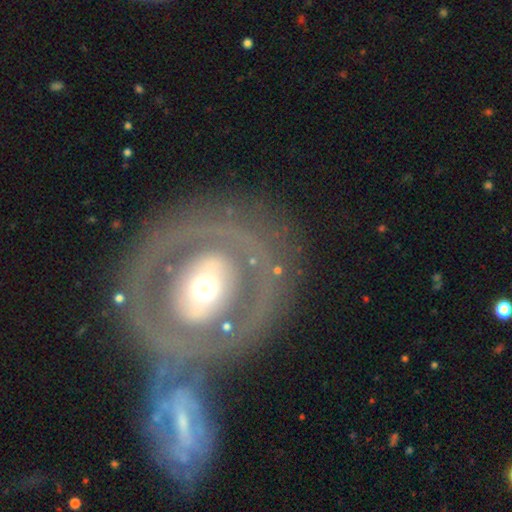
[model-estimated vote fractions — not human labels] A featured or disk galaxy (66%) with no bar (61%), no spiral arms (73%) and a moderate central bulge (66%). Merging: none (65%).